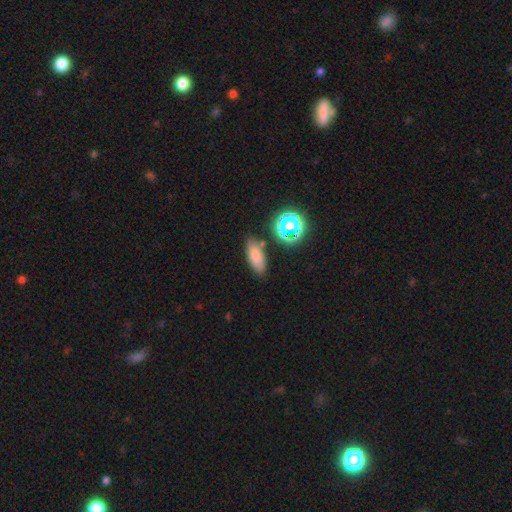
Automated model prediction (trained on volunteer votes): Morphology: type=smooth (75%); roundness=in between (73%); merging=none (79%).